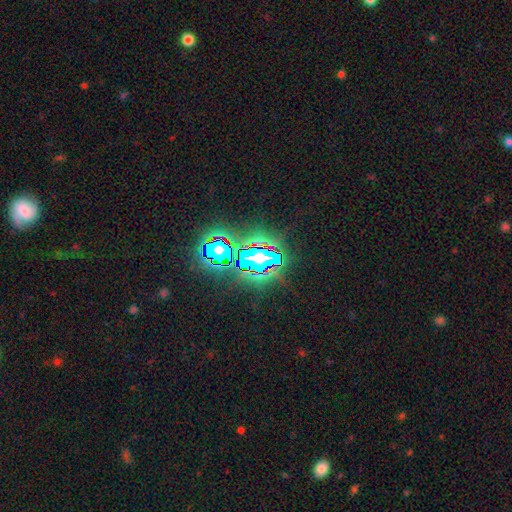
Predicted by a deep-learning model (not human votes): This is likely a star or artifact rather than a galaxy (78%).